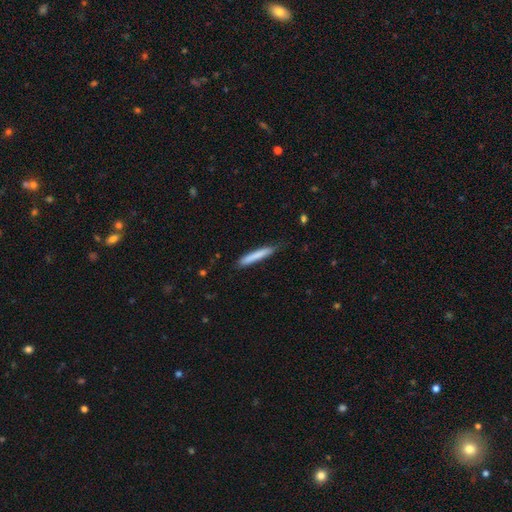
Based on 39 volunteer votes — A smooth galaxy with no disk features (79%) that is cigar-shaped (100%). Merging: none (86%).